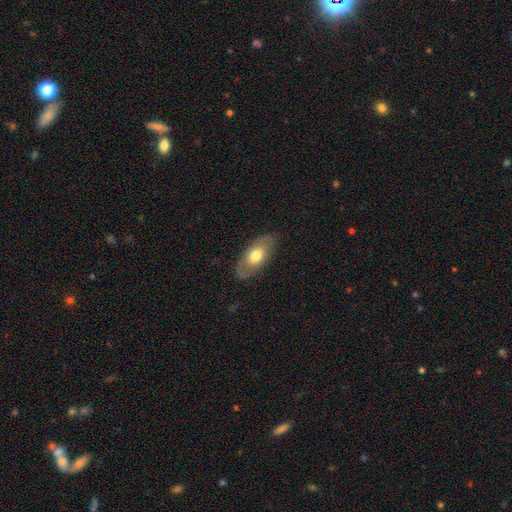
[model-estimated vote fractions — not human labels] Smooth or featured: smooth — 64% (featured or disk — 30%)
How rounded: in between — 90% (cigar-shaped — 6%)
Merging: none — 79% (minor disturbance — 16%)